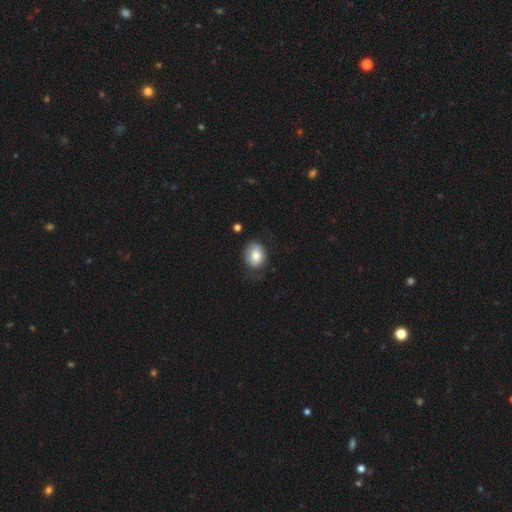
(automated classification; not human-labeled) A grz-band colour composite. It shows a smooth galaxy with no disk features (81%) that is in between round and cigar-shaped (55%). Merging: none (60%).